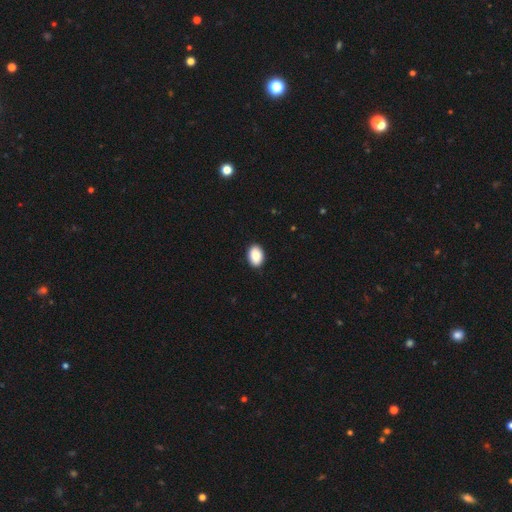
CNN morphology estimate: Smooth or featured? Predicted: smooth (p=0.89). How rounded? Predicted: in between (p=0.86). Merging? Predicted: none (p=0.91).